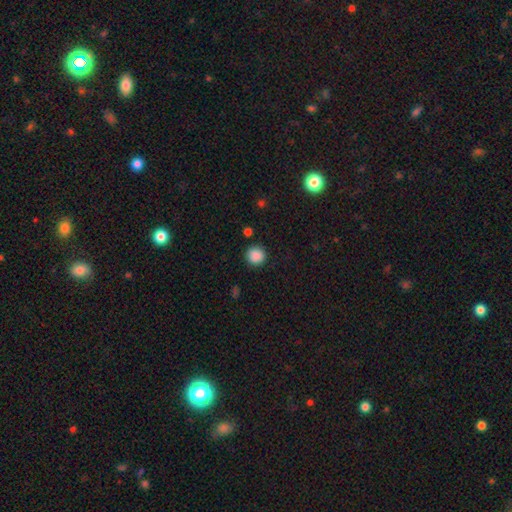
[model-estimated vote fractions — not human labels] Smooth or featured?
  - smooth: 88% *
  - star or artifact: 10%
  - featured or disk: 3%
How rounded?
  - round: 94% *
  - in between: 5%
  - cigar-shaped: 1%
Merging?
  - none: 89% *
  - minor disturbance: 7%
  - major disturbance: 2%
  - merger: 2%